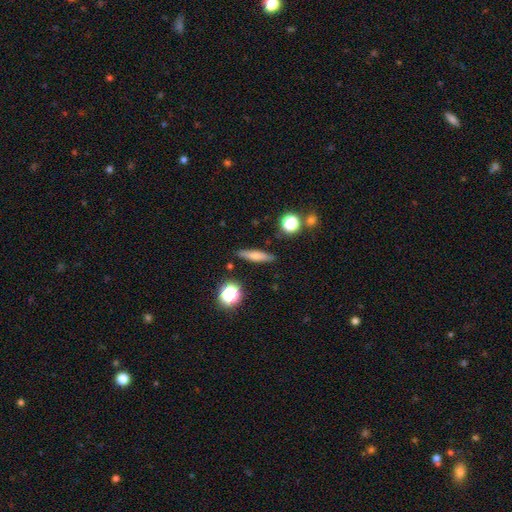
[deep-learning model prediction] Smooth or featured? Predicted: smooth (p=0.64). How rounded? Predicted: cigar-shaped (p=0.77). Merging? Predicted: none (p=0.87).